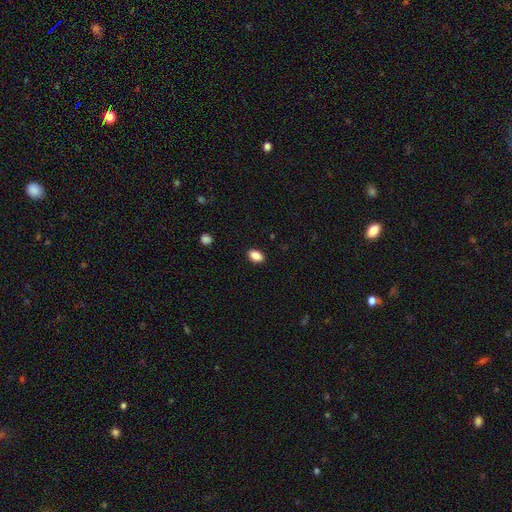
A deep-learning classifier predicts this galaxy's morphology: This appears to be a smooth galaxy with no disk features (88%) that is in between round and cigar-shaped (89%). Merging: none (89%).